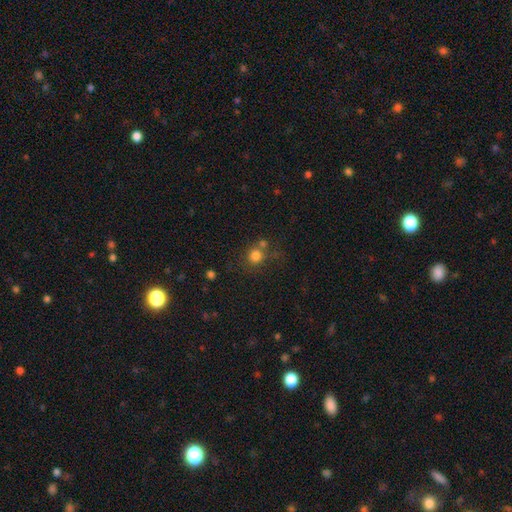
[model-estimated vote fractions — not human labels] Overall: smooth (79%). How rounded: round (87%). Merging: none (60%; merger 23%).